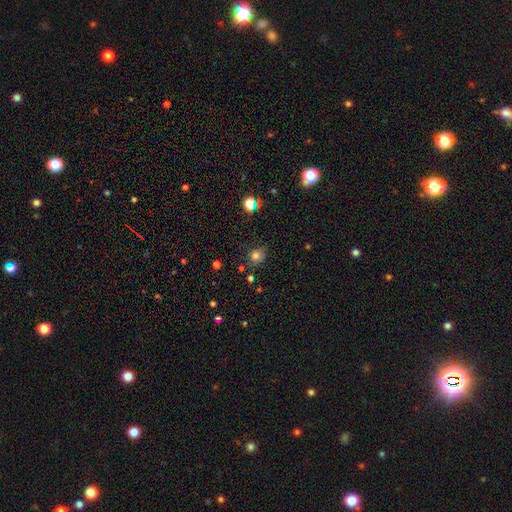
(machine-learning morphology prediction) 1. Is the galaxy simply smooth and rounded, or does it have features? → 75% smooth, 17% star or artifact, 9% featured or disk.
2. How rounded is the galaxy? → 70% round, 29% in between, 1% cigar-shaped.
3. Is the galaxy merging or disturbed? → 68% none, 22% minor disturbance, 6% major disturbance, 4% merger.